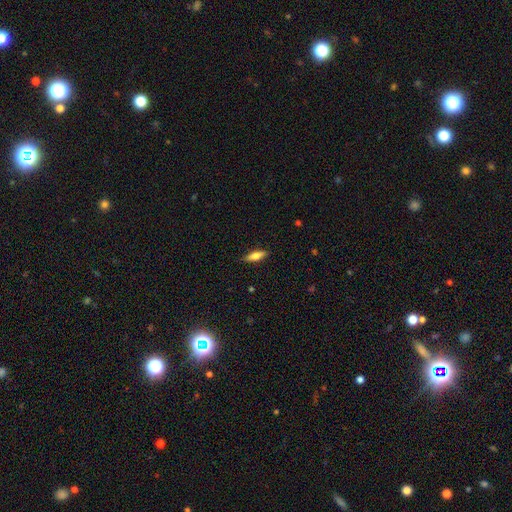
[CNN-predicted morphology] smooth 60%, featured or disk 33%, star or artifact 6%. Down the decision tree: how rounded — cigar-shaped (56%); merging — none (88%).